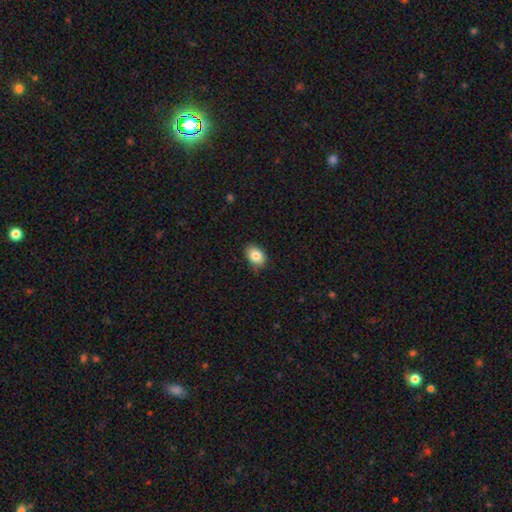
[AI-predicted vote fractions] A smooth galaxy with no disk features (83%) that is in between round and cigar-shaped (81%).

Vote fractions:
- Smooth or featured? smooth: 83% / featured or disk: 8% / star or artifact: 8%
- How rounded? in between: 81% / round: 18% / cigar-shaped: 1%
- Merging? none: 84% / minor disturbance: 13% / major disturbance: 2% / merger: 1%